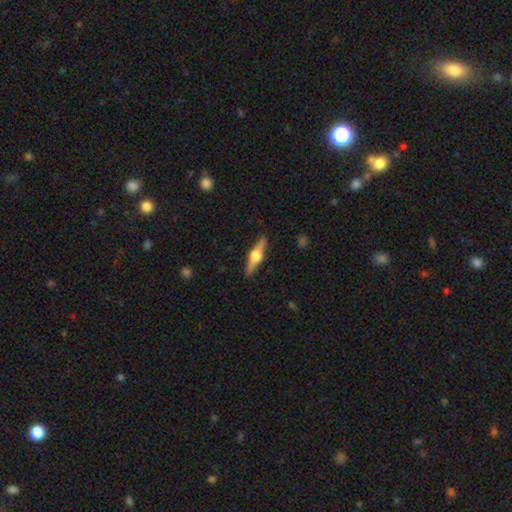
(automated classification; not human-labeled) Overall: featured or disk (72%). Edge-on disk: yes (97%). Edge-on bulge: rounded (95%). Merging: none (90%).